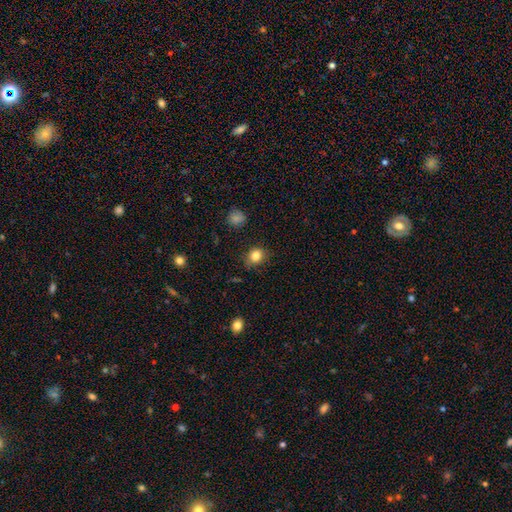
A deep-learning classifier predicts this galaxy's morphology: Smooth or featured? Predicted: smooth (p=0.83). How rounded? Predicted: round (p=0.73). Merging? Predicted: none (p=0.81).